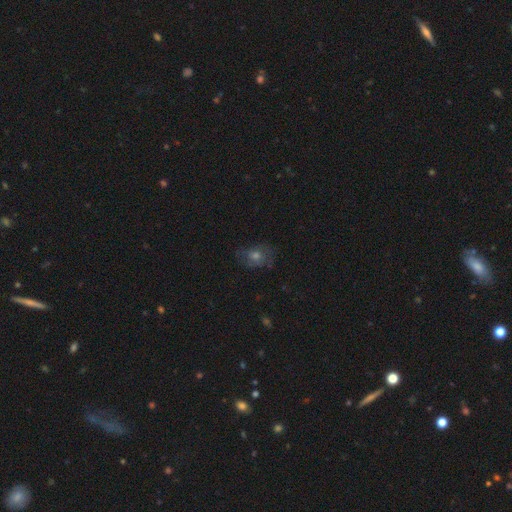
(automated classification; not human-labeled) This is marginally a featured or disk galaxy (43%). Merging: likely none (71%).